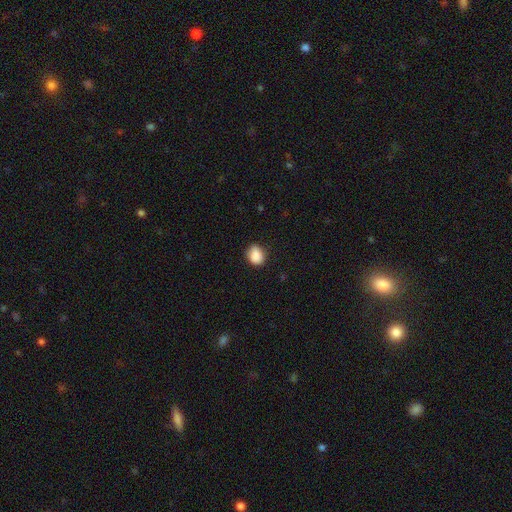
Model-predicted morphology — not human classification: smooth 88%, star or artifact 8%, featured or disk 4%. Down the decision tree: how rounded — in between (51%); merging — none (73%).